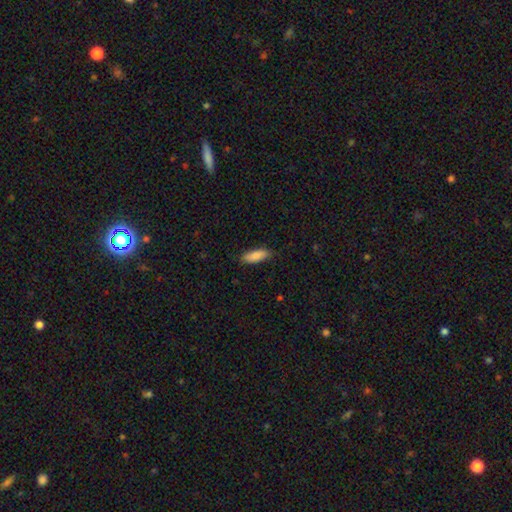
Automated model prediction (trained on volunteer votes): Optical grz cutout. It shows a smooth galaxy with no disk features (87%) that is in between round and cigar-shaped (63%). Merging: none (82%).